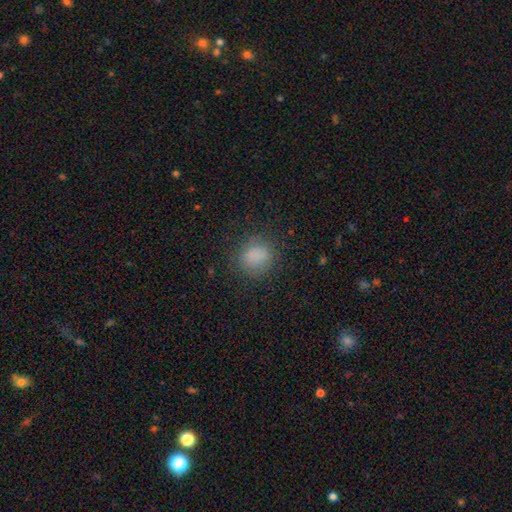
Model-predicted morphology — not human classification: Smooth or featured?
  - smooth: 83% *
  - star or artifact: 11%
  - featured or disk: 6%
How rounded?
  - round: 67% *
  - in between: 32%
  - cigar-shaped: 1%
Merging?
  - none: 80% *
  - minor disturbance: 13%
  - major disturbance: 5%
  - merger: 1%